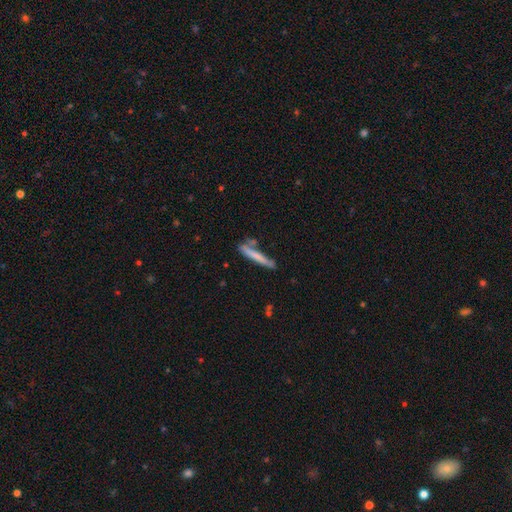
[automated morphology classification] The model was most divided on "smooth or featured": smooth: 66%, featured or disk: 28%, star or artifact: 6%. More confident: how rounded — cigar-shaped (95%); merging — none (69%).